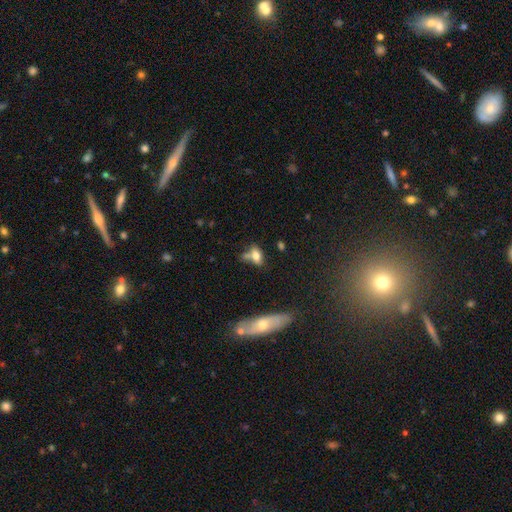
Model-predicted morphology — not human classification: type=smooth (70%); roundness=in between (81%); merging=none (43%).